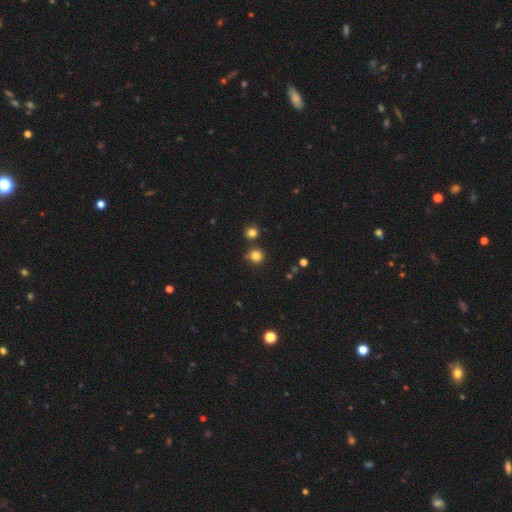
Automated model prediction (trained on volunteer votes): Smooth or featured: smooth — 81% (star or artifact — 14%)
How rounded: round — 92% (in between — 7%)
Merging: none — 82% (merger — 8%)